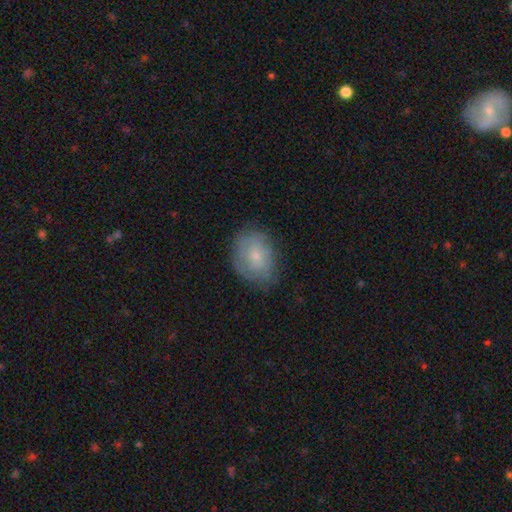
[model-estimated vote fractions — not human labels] Q: Smooth or featured?
A: smooth (53%); runner-up: featured or disk (38%)
Q: How rounded?
A: in between (68%); runner-up: round (31%)
Q: Merging?
A: none (71%); runner-up: minor disturbance (21%)